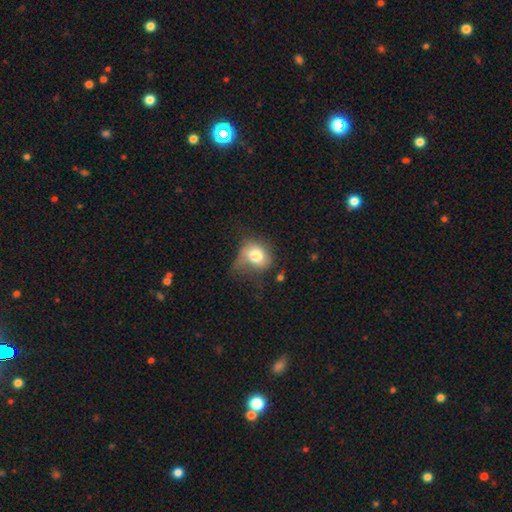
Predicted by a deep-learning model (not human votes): Smooth or featured: smooth — 72% (featured or disk — 19%)
How rounded: round — 56% (in between — 43%)
Merging: none — 35% (minor disturbance — 34%)